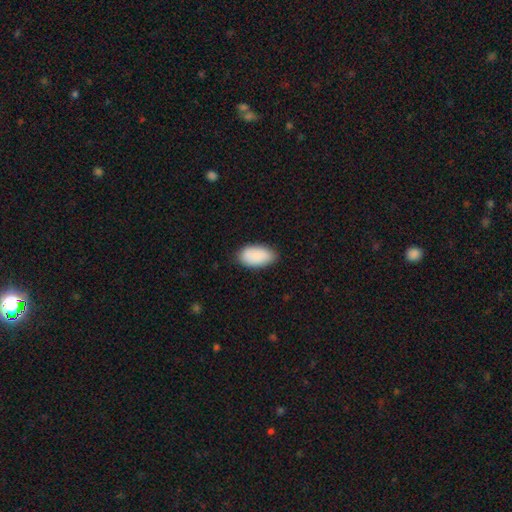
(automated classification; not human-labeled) The model was most divided on "merging": none: 81%, minor disturbance: 16%, major disturbance: 2%, merger: 1%. More confident: how rounded — in between (95%); smooth or featured — smooth (90%).